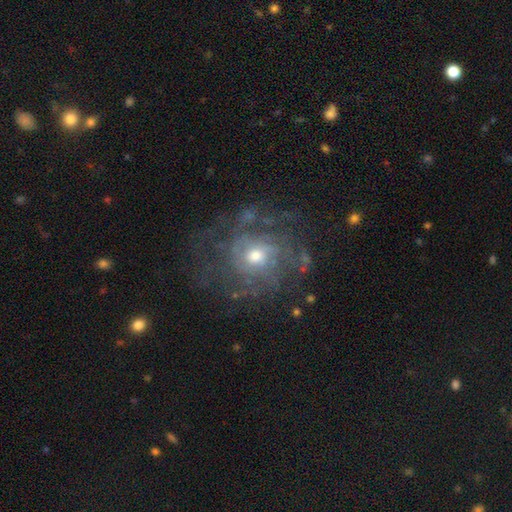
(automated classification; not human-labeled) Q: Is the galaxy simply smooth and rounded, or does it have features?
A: featured or disk — 75%.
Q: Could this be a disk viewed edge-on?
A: no — 97%.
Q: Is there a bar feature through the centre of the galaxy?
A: no — 76%.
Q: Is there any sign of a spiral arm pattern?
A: yes — 79%.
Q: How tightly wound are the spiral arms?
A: tight — 54%.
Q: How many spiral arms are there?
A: can't tell — 51%.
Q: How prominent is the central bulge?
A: moderate — 61%.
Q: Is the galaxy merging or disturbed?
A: none — 62%.